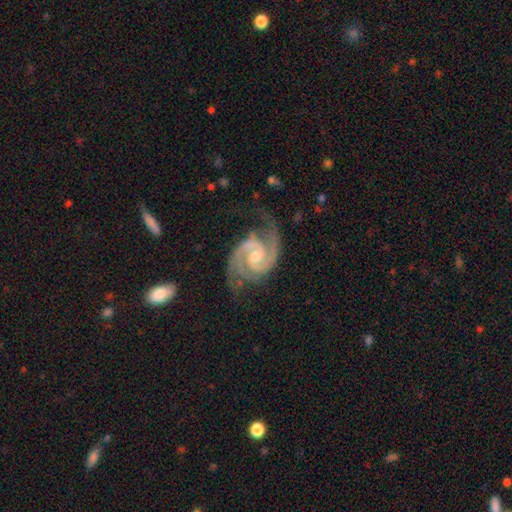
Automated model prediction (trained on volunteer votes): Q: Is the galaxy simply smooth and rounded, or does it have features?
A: featured or disk — 94%.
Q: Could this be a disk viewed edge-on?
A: no — 98%.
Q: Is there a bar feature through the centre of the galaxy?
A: no — 50%.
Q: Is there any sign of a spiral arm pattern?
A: yes — 99%.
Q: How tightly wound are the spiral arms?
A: medium — 53%.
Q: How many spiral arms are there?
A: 2 — 92%.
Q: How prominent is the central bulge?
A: moderate — 58%.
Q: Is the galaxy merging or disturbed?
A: none — 70%.